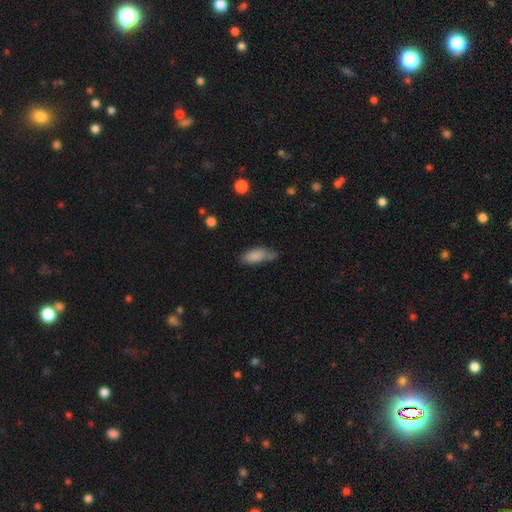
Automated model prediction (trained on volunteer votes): A smooth galaxy with no disk features (84%) that is in between round and cigar-shaped (77%). Merging: none (48%).